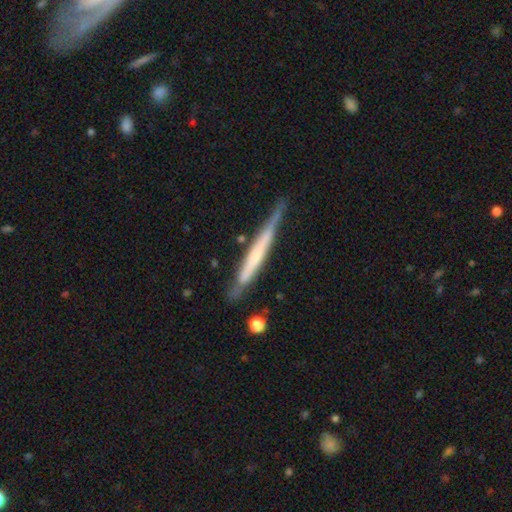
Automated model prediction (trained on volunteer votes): smooth_or_featured: featured or disk (p=0.56) [alt: smooth p=0.38]
disk_edge_on: yes (p=0.94) [alt: no p=0.06]
edge_on_bulge: none (p=0.69) [alt: rounded p=0.19]
merging: none (p=0.74) [alt: minor disturbance p=0.19]